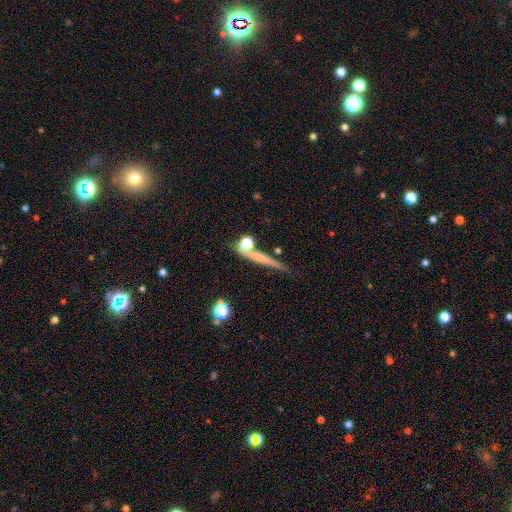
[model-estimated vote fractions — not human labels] Q: Smooth or featured?
A: smooth (44%); runner-up: featured or disk (42%)
Q: Merging?
A: none (70%); runner-up: minor disturbance (13%)